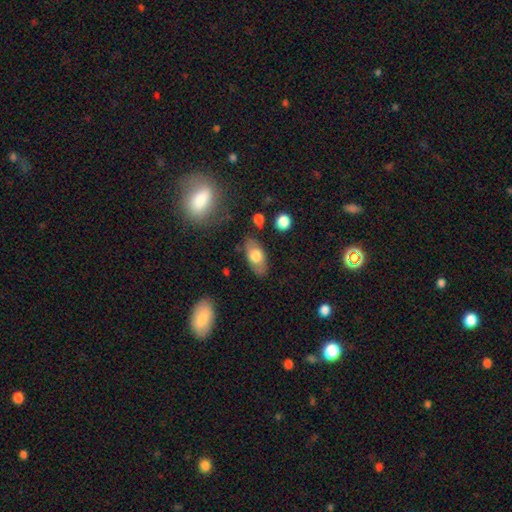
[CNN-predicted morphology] Smooth or featured? Predicted: smooth (p=0.67). How rounded? Predicted: in between (p=0.89). Merging? Predicted: none (p=0.79).